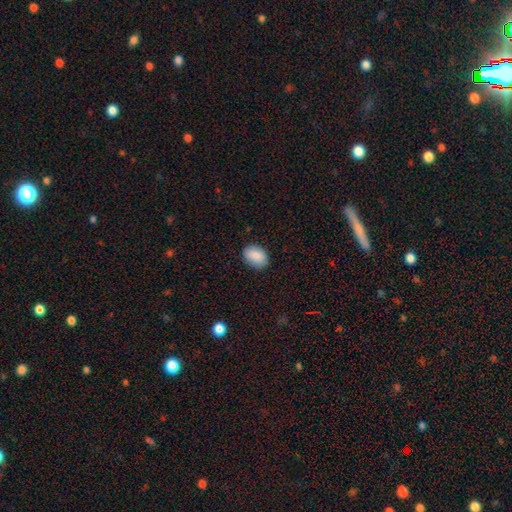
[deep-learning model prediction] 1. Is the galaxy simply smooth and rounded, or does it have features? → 87% smooth, 7% star or artifact, 6% featured or disk.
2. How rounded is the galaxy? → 77% in between, 22% round, 1% cigar-shaped.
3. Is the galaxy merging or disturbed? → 85% none, 11% minor disturbance, 2% major disturbance, 1% merger.